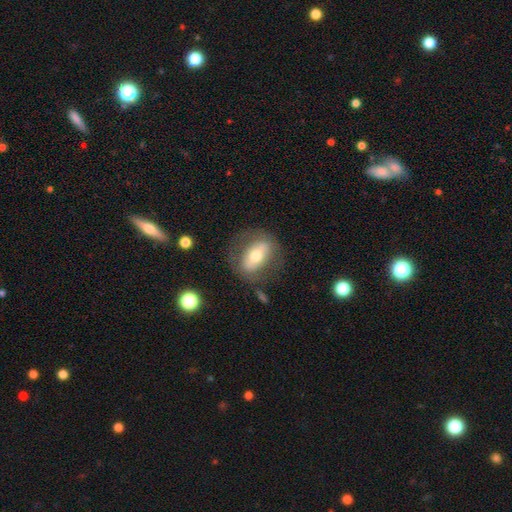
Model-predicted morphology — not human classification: This appears to be a smooth galaxy with no disk features (47%, tied with featured or disk). Merging: none (71%).